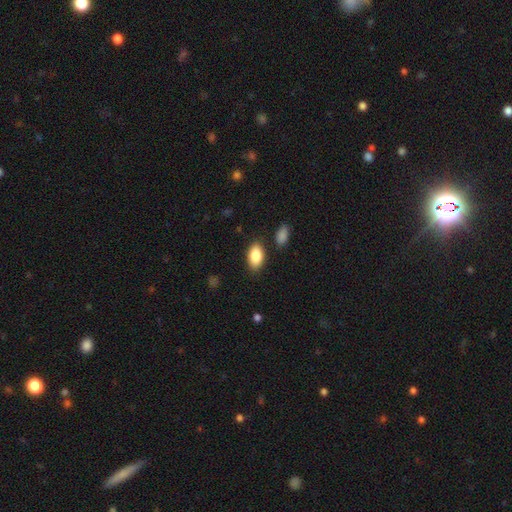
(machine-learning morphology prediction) A smooth galaxy with no disk features (87%) that is in between round and cigar-shaped (93%).

Vote fractions:
- Smooth or featured? smooth: 87% / featured or disk: 7% / star or artifact: 7%
- How rounded? in between: 93% / round: 5% / cigar-shaped: 2%
- Merging? none: 85% / minor disturbance: 10% / merger: 3% / major disturbance: 3%